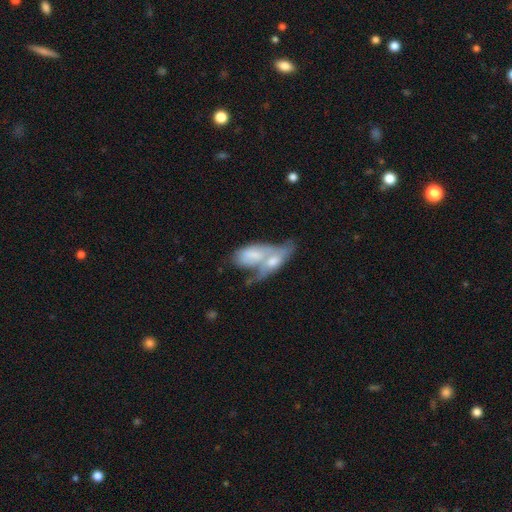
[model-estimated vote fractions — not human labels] smooth-or-featured: featured or disk: 48% | smooth: 45% | star or artifact: 7%
  merging: merger: 70% | none: 13% | major disturbance: 9% | minor disturbance: 8%